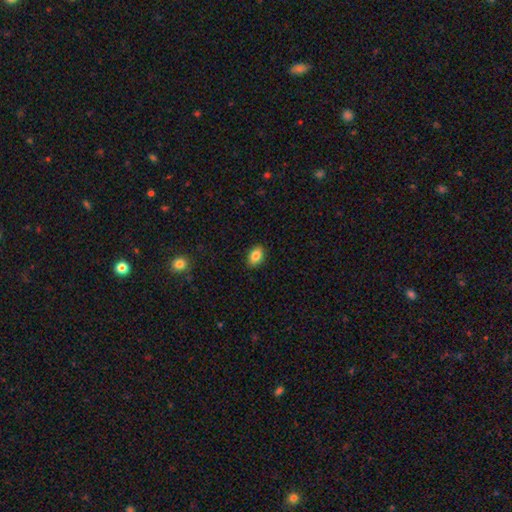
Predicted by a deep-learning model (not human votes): smooth_or_featured: smooth (p=0.85) [alt: star or artifact p=0.08]
how_rounded: in between (p=0.85) [alt: round p=0.14]
merging: none (p=0.88) [alt: minor disturbance p=0.09]